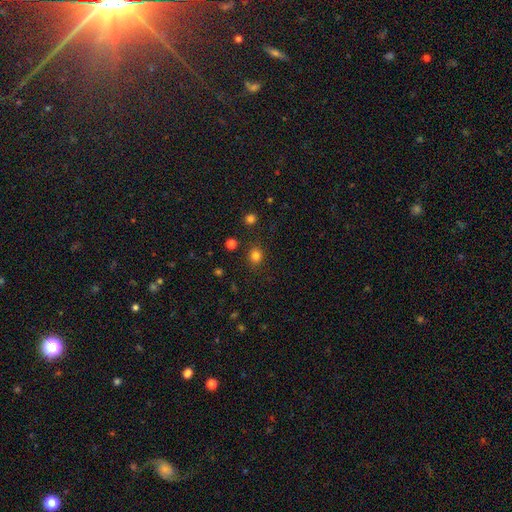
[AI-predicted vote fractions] A smooth galaxy with no disk features (80%) that is round (77%). Merging: none (86%).